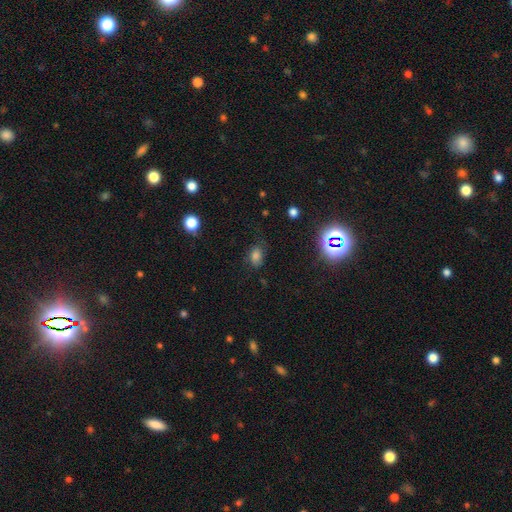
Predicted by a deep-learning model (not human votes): Q: Smooth or featured?
A: smooth (75%); runner-up: star or artifact (17%)
Q: How rounded?
A: in between (78%); runner-up: round (20%)
Q: Merging?
A: none (67%); runner-up: minor disturbance (23%)